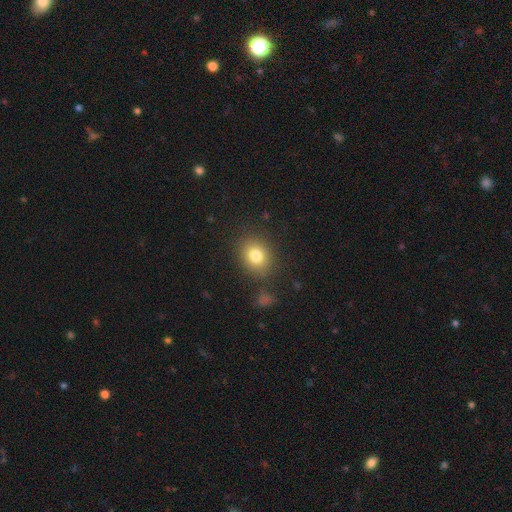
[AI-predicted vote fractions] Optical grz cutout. It shows a smooth galaxy with no disk features (80%) that is round (61%). Merging: none (83%).